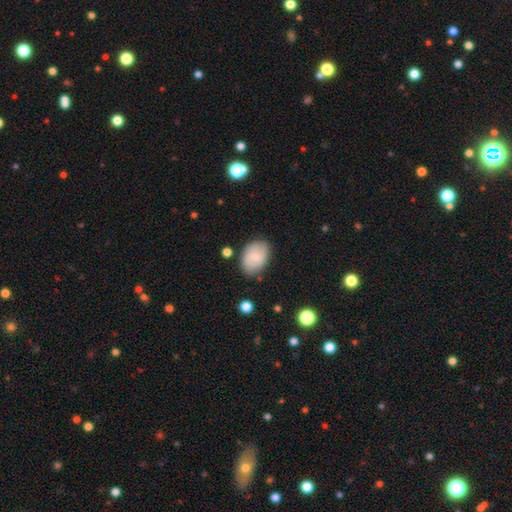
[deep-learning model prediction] The model was most divided on "smooth or featured": smooth: 67%, featured or disk: 26%, star or artifact: 7%. More confident: how rounded — in between (78%); merging — none (78%).